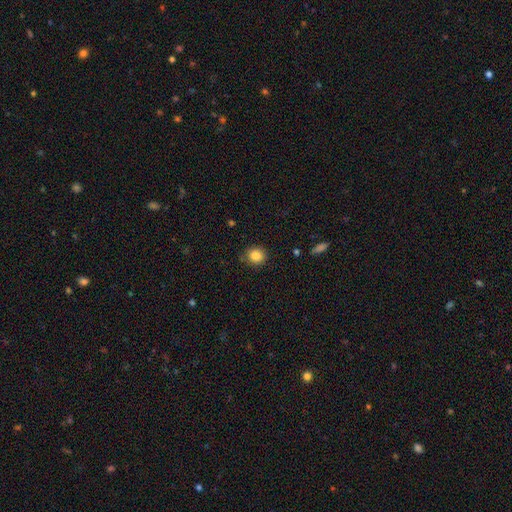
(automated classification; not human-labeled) Smooth or featured: smooth — 85% (star or artifact — 10%)
How rounded: round — 80% (in between — 19%)
Merging: none — 85% (minor disturbance — 11%)